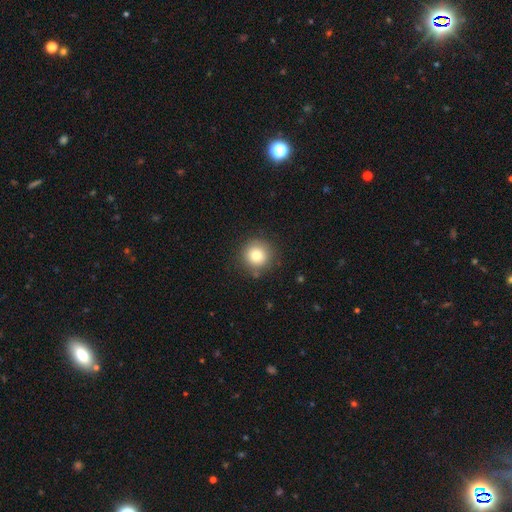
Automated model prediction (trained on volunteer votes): Smooth or featured? Predicted: smooth (p=0.80). How rounded? Predicted: round (p=0.94). Merging? Predicted: none (p=0.86).